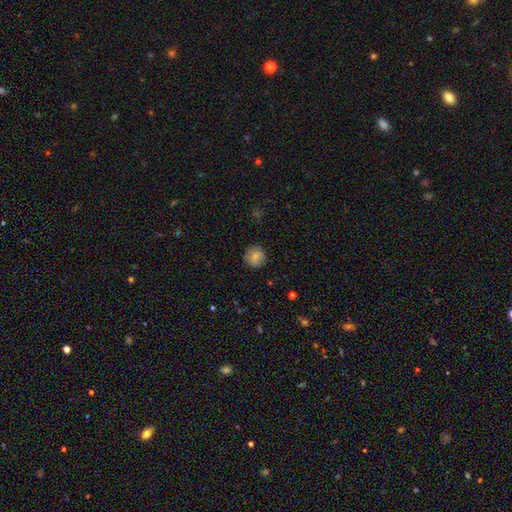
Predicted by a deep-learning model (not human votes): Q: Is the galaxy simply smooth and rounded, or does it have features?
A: smooth — 79%.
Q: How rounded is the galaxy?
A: round — 94%.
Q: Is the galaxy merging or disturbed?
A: none — 88%.